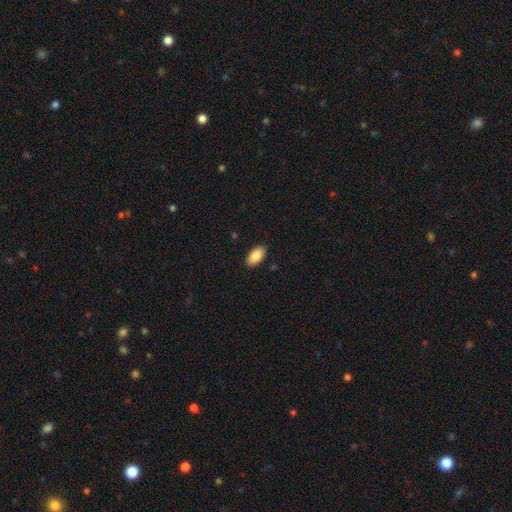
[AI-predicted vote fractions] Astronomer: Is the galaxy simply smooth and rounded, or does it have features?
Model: smooth — 86%.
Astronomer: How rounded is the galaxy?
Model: in between — 94%.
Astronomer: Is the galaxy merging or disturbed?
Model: none — 88%.